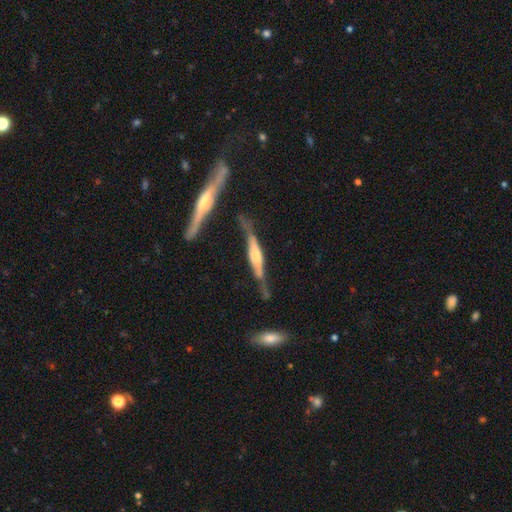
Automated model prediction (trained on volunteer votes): Smooth or featured? featured or disk (74%)
Edge-on disk? yes (93%)
Edge-on bulge? rounded (48%)
Merging? none (58%)